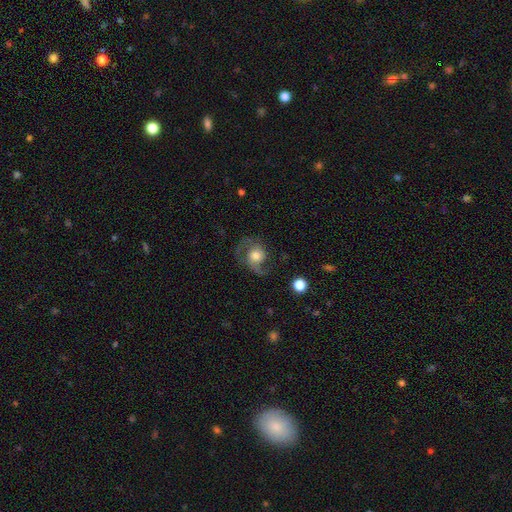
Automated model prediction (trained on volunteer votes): Morphology: type=featured or disk (75%); edge-on=no (98%); bar=no (72%); spiral arms=yes (94%); winding=medium (46%); arm count=2 (85%); bulge=moderate (52%); merging=none (62%).